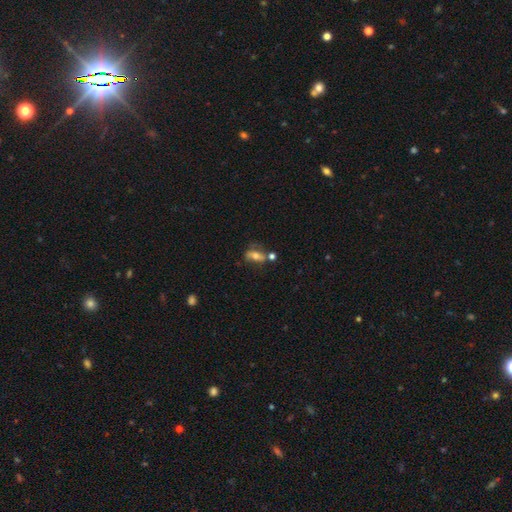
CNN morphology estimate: Smooth or featured? Predicted: smooth (p=0.56). How rounded? Predicted: in between (p=0.75). Merging? Predicted: none (p=0.45).